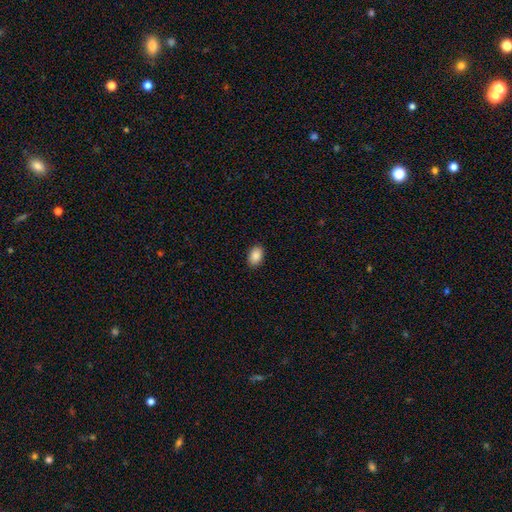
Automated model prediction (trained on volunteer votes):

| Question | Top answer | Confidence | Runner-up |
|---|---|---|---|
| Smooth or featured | smooth | 89% | star or artifact (7%) |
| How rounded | in between | 88% | round (11%) |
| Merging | none | 90% | minor disturbance (8%) |